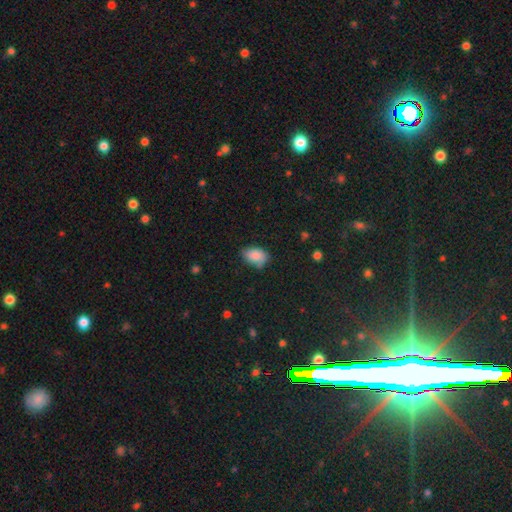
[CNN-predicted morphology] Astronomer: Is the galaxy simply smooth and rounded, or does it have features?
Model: smooth — 86%.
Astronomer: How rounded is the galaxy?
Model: in between — 86%.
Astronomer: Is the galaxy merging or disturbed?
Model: none — 64%.